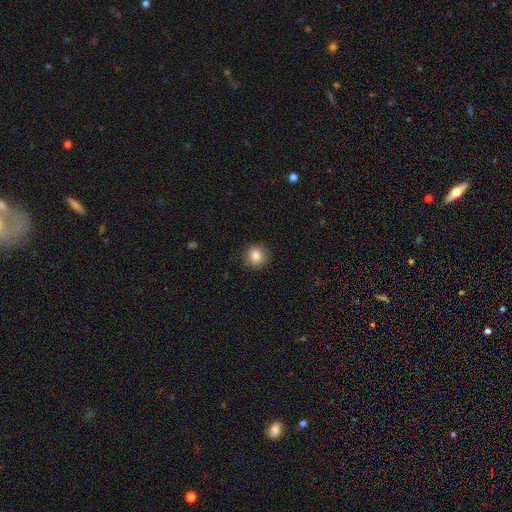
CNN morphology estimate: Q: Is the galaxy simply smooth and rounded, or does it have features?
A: smooth — 85%.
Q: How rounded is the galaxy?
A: round — 90%.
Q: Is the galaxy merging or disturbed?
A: none — 90%.